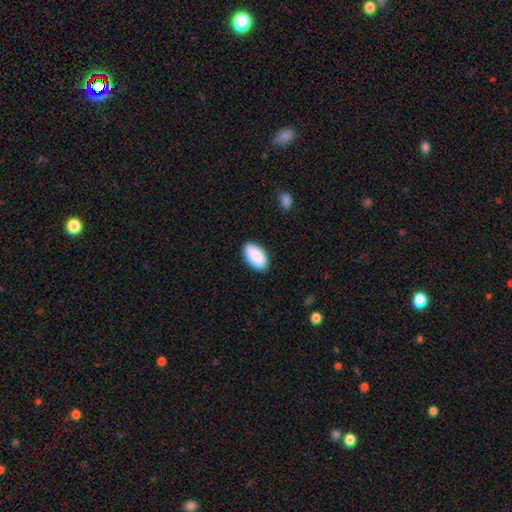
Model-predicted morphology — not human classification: Q: Smooth or featured?
A: smooth (85%); runner-up: featured or disk (9%)
Q: How rounded?
A: in between (94%); runner-up: round (4%)
Q: Merging?
A: none (85%); runner-up: minor disturbance (12%)